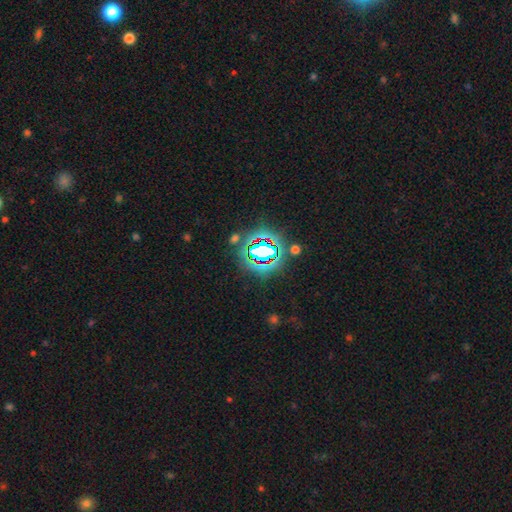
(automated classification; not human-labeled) Q: Smooth or featured?
A: star or artifact (80%); runner-up: smooth (12%)